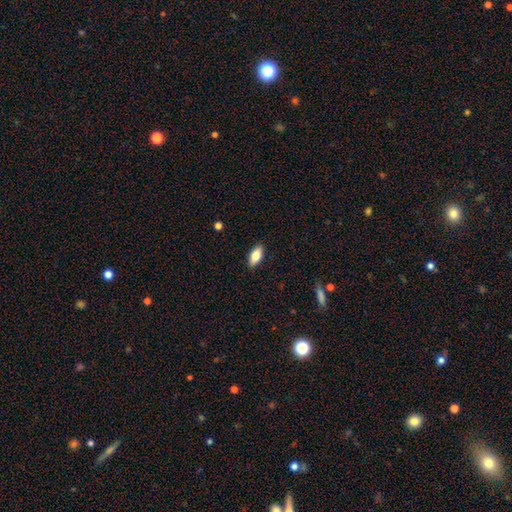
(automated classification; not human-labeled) smooth_or_featured: smooth (p=0.76) [alt: featured or disk p=0.17]
how_rounded: in between (p=0.84) [alt: cigar-shaped p=0.13]
merging: none (p=0.89) [alt: minor disturbance p=0.08]